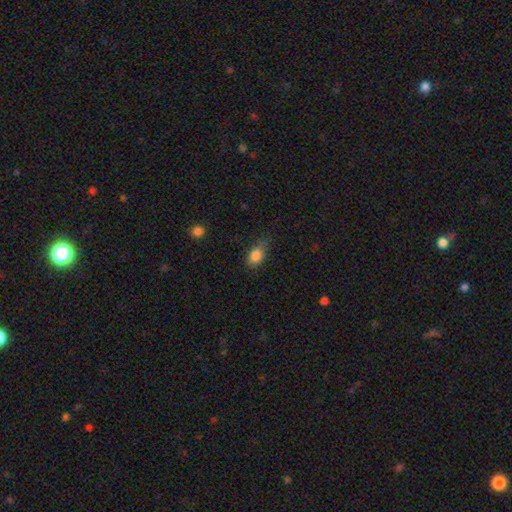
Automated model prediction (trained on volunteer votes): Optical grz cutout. It shows a smooth galaxy with no disk features (84%) that is in between round and cigar-shaped (80%). Merging: none (64%).